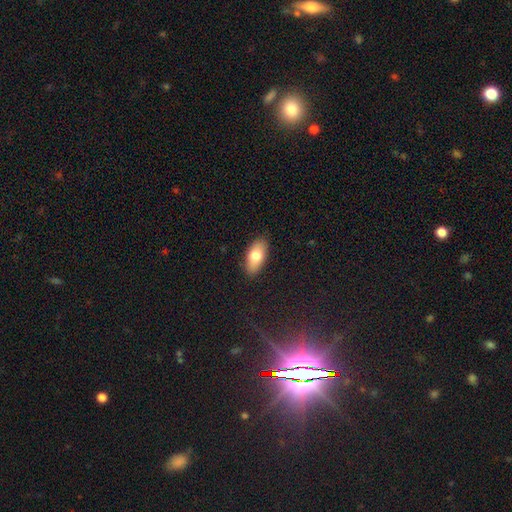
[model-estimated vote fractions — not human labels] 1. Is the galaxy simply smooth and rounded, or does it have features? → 77% smooth, 16% featured or disk, 7% star or artifact.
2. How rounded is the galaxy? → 91% in between, 6% cigar-shaped, 3% round.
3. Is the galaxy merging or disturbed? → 88% none, 9% minor disturbance, 2% major disturbance, 1% merger.